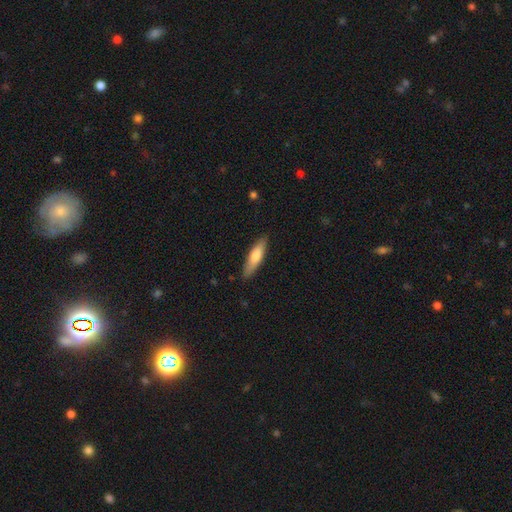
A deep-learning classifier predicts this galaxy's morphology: The model was most divided on "smooth or featured": smooth: 68%, featured or disk: 27%, star or artifact: 5%. More confident: merging — none (88%); how rounded — cigar-shaped (72%).